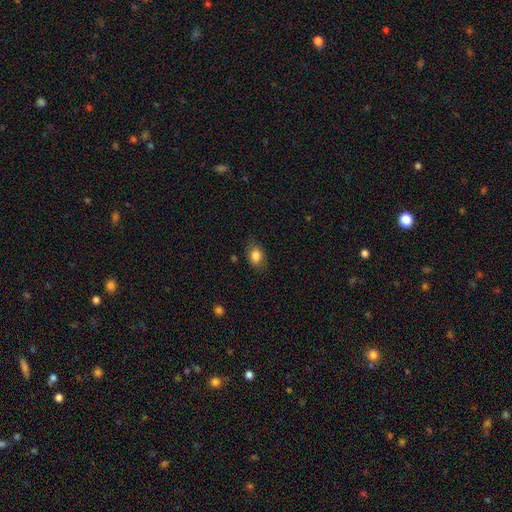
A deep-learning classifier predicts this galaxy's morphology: This is clearly a smooth galaxy (82%). How rounded: likely in between (78%). Merging: likely none (76%).